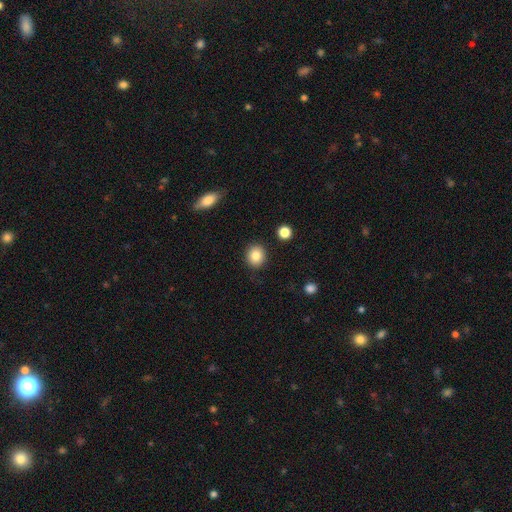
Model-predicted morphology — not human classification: Overall: smooth (84%). How rounded: round (80%). Merging: none (89%).